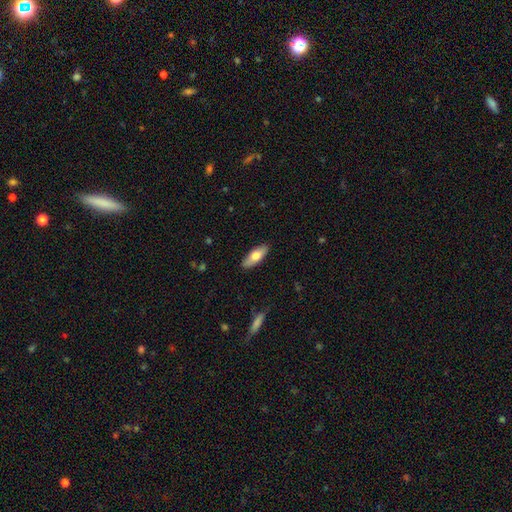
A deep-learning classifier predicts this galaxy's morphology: smooth-or-featured: smooth: 70% | featured or disk: 24% | star or artifact: 6%
  how-rounded: in between: 72% | cigar-shaped: 25% | round: 2%
  merging: none: 88% | minor disturbance: 9% | major disturbance: 2% | merger: 1%